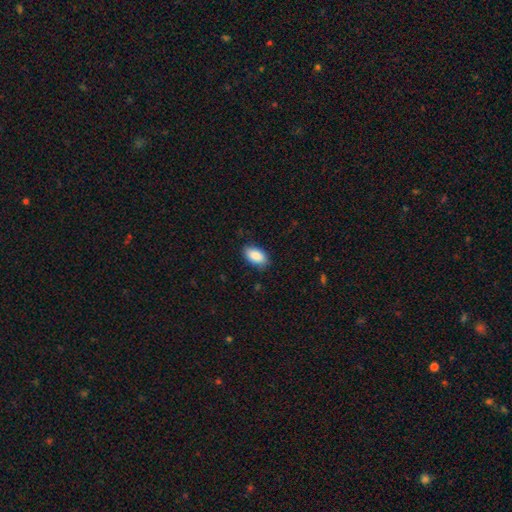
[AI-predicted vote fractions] A smooth galaxy with no disk features (89%) that is in between round and cigar-shaped (93%). Merging: none (85%).